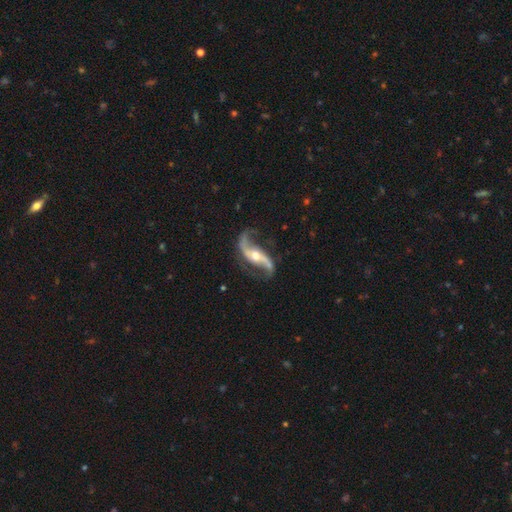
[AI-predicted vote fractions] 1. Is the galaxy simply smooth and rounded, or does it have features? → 92% featured or disk, 4% star or artifact, 4% smooth.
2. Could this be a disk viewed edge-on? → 95% no, 5% yes.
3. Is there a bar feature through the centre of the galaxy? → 36% no, 34% strong, 30% weak.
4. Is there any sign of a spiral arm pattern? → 97% yes, 3% no.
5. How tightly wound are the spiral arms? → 79% loose, 17% medium, 4% tight.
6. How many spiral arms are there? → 94% 2, 2% 1, 1% can't tell, 1% 3, 1% 4, 1% more than 4.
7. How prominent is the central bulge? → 66% moderate, 26% small, 5% large, 1% none, 1% dominant.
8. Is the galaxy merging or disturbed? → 76% none, 14% minor disturbance, 8% major disturbance, 2% merger.